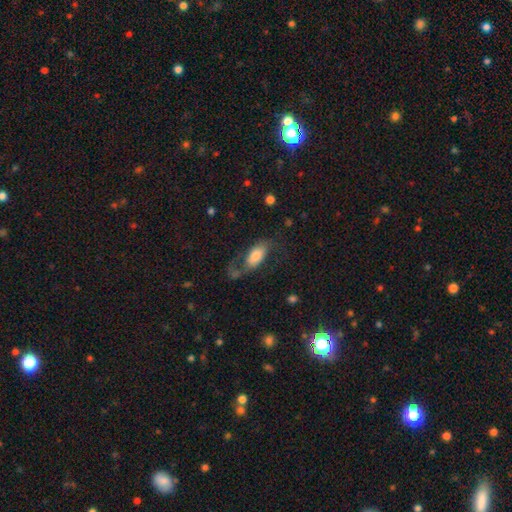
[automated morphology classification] This is possibly a smooth galaxy (58%). How rounded: clearly in between (90%). Merging: marginally none (40%).